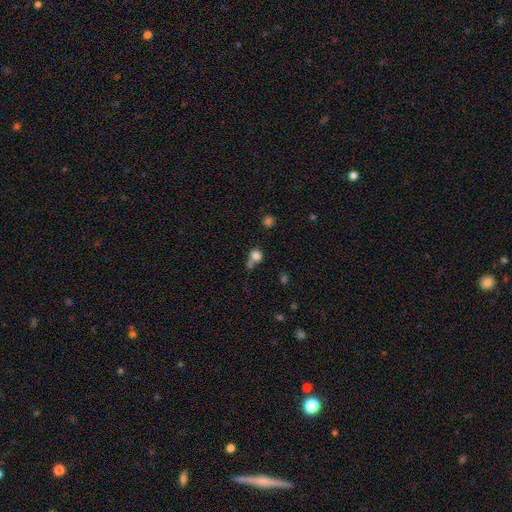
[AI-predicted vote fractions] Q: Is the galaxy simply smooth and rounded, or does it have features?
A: smooth — 79%.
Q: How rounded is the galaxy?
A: round — 67%.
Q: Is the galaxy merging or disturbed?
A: none — 41%.